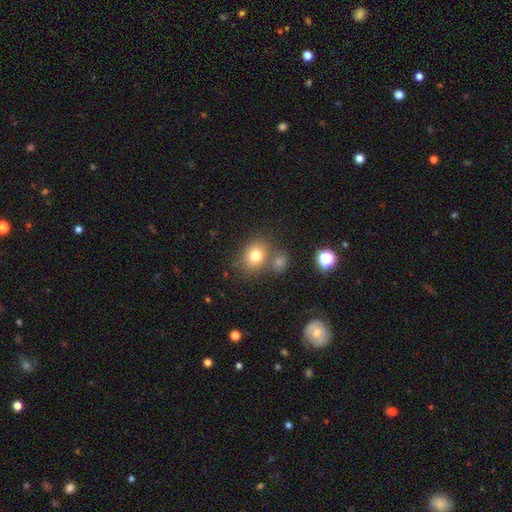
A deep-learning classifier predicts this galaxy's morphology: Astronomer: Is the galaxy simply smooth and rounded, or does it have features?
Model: smooth — 77%.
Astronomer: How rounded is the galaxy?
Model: round — 56% (runner-up: in between, 43%).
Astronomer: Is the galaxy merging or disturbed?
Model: none — 63%.